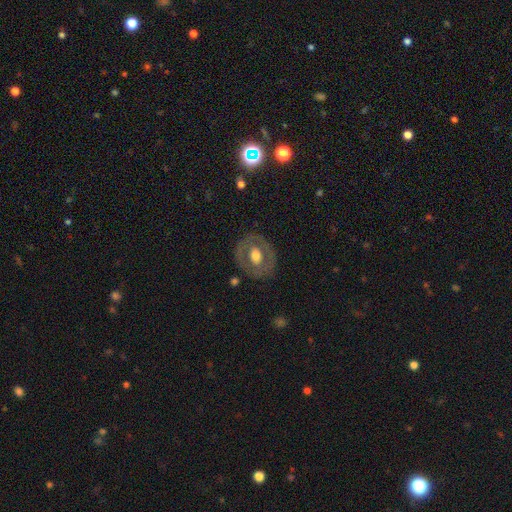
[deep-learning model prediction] Morphology: type=featured or disk (51%); edge-on=no (94%); merging=none (79%).